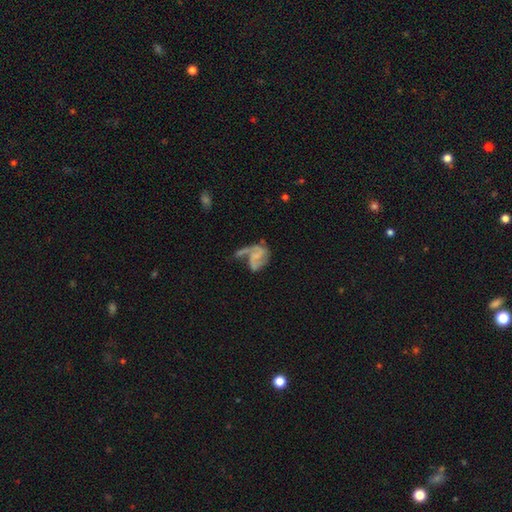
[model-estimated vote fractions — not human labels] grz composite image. It shows a featured or disk galaxy (76%) with no bar (50%), 2 (65%) loose (49%) spiral arms (88%) and no central bulge (54%). Merging: major disturbance (40%).